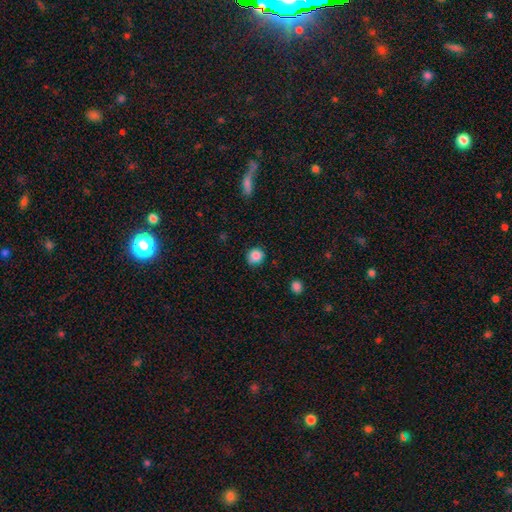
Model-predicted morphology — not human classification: A smooth galaxy with no disk features (86%) that is round (83%). Merging: none (80%).